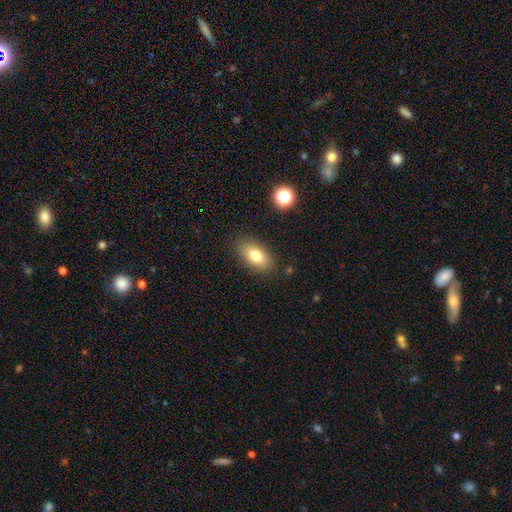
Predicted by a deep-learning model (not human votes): smooth-or-featured: smooth: 80% | featured or disk: 11% | star or artifact: 9%
  how-rounded: in between: 91% | round: 7% | cigar-shaped: 3%
  merging: none: 85% | minor disturbance: 10% | major disturbance: 3% | merger: 2%